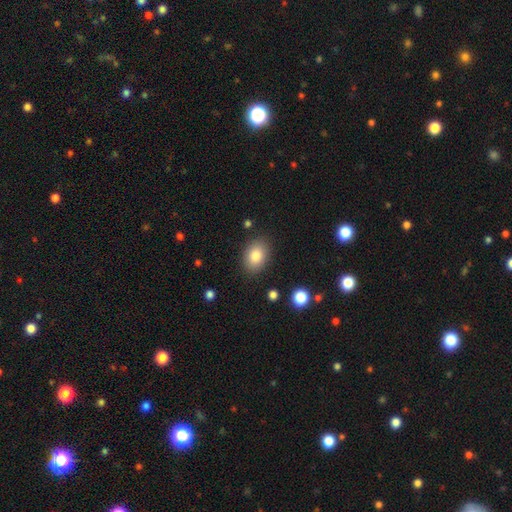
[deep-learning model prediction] Q: Smooth or featured?
A: smooth (83%); runner-up: featured or disk (8%)
Q: How rounded?
A: in between (76%); runner-up: round (23%)
Q: Merging?
A: none (86%); runner-up: minor disturbance (10%)